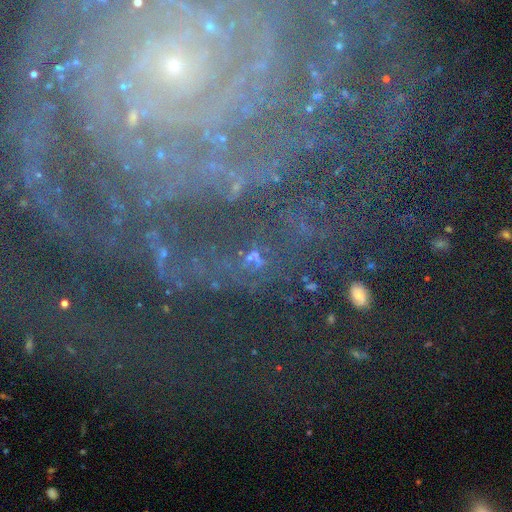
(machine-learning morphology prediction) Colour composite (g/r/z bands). It shows a star or artifact, not a galaxy (54%).